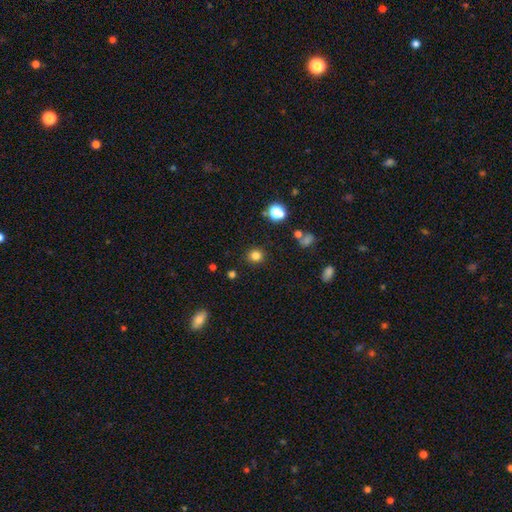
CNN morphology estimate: Smooth or featured? Predicted: smooth (p=0.81). How rounded? Predicted: round (p=0.89). Merging? Predicted: none (p=0.89).